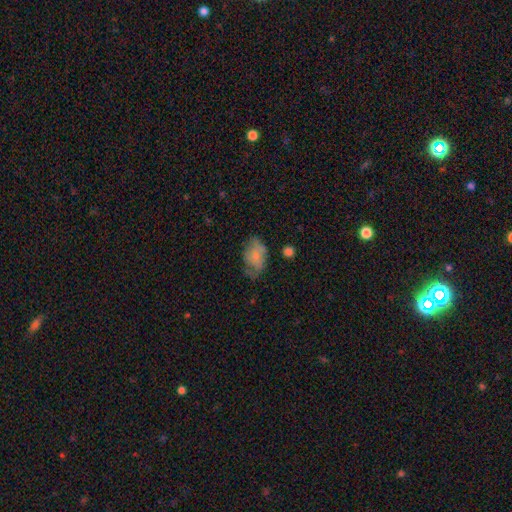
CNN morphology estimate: This is likely a smooth galaxy (62%). How rounded: clearly in between (87%). Merging: possibly none (46%).